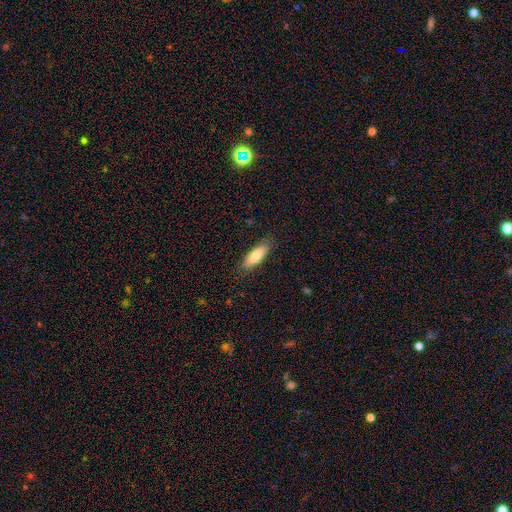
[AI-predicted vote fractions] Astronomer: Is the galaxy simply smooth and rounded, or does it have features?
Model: smooth — 79%.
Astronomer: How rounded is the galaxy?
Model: in between — 59% (runner-up: cigar-shaped, 39%).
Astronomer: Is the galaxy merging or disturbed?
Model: none — 86%.